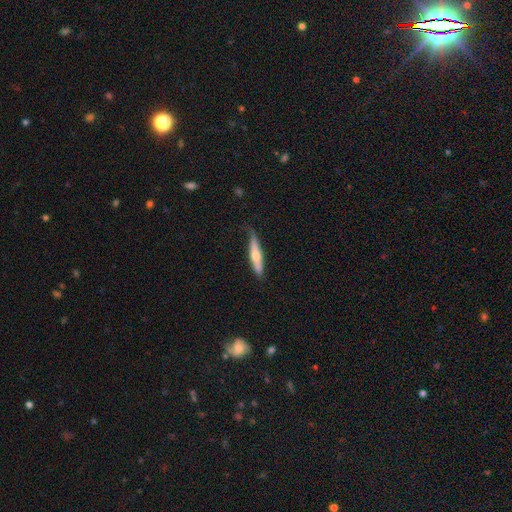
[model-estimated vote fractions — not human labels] Morphology: type=smooth (49%); merging=none (68%).